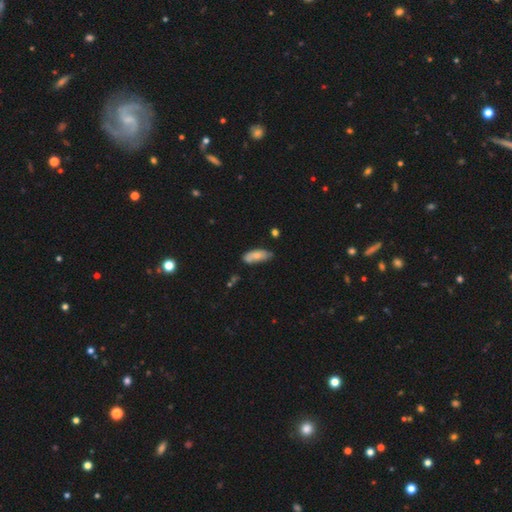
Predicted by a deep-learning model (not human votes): smooth-or-featured: smooth: 74% | featured or disk: 19% | star or artifact: 7%
  how-rounded: in between: 73% | cigar-shaped: 25% | round: 2%
  merging: none: 60% | minor disturbance: 30% | major disturbance: 5% | merger: 4%